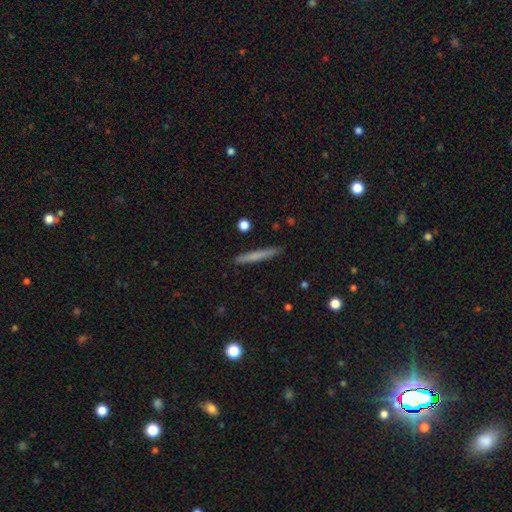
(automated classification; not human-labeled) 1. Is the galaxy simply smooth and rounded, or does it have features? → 67% smooth, 27% featured or disk, 6% star or artifact.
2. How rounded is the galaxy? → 96% cigar-shaped, 2% in between, 1% round.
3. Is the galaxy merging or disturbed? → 90% none, 7% minor disturbance, 1% major disturbance, 1% merger.